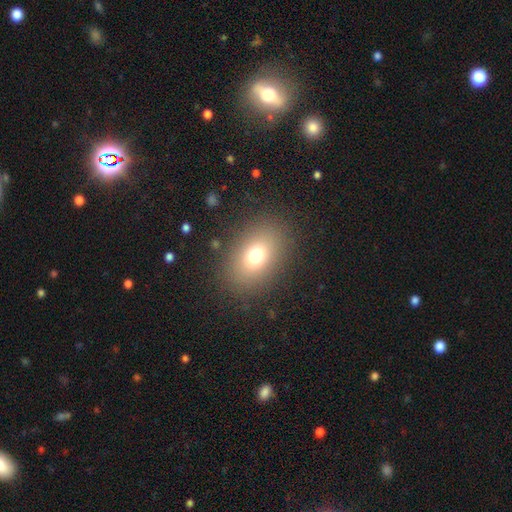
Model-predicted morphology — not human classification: smooth_or_featured: smooth (p=0.73) [alt: star or artifact p=0.14]
how_rounded: in between (p=0.73) [alt: round p=0.26]
merging: none (p=0.85) [alt: minor disturbance p=0.08]